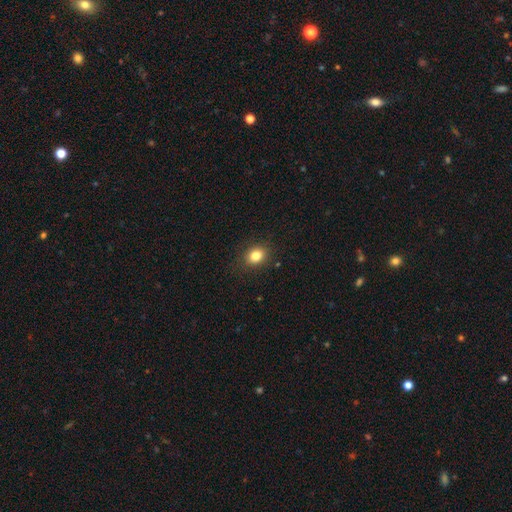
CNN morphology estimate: Smooth or featured?
  - smooth: 82% *
  - star or artifact: 11%
  - featured or disk: 7%
How rounded?
  - round: 53% *
  - in between: 46%
  - cigar-shaped: 1%
Merging?
  - none: 88% *
  - minor disturbance: 8%
  - major disturbance: 2%
  - merger: 1%